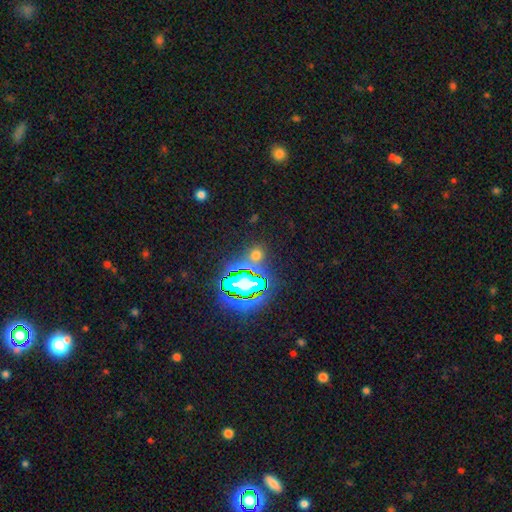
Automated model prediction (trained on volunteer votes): Smooth or featured? star or artifact (49%)